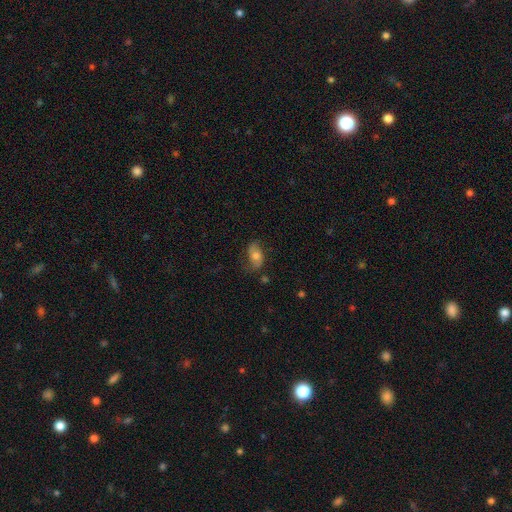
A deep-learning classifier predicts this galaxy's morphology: Smooth or featured? Predicted: smooth (p=0.62). How rounded? Predicted: in between (p=0.88). Merging? Predicted: none (p=0.63).